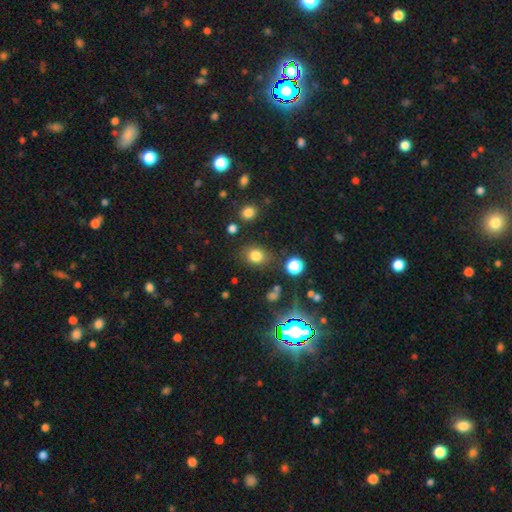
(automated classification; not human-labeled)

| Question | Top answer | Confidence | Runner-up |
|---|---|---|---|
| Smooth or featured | smooth | 78% | star or artifact (15%) |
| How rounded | round | 57% | in between (42%) |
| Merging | none | 77% | minor disturbance (13%) |